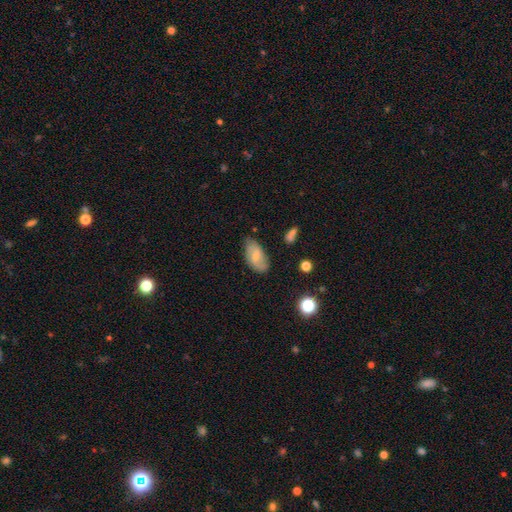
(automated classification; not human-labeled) smooth 62%, featured or disk 30%, star or artifact 7%. Down the decision tree: how rounded — in between (93%); merging — none (70%).